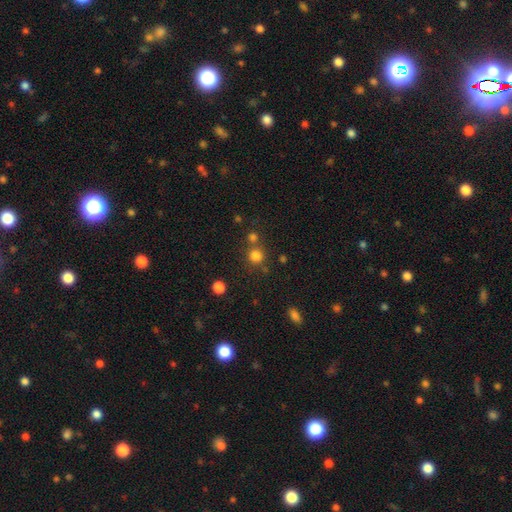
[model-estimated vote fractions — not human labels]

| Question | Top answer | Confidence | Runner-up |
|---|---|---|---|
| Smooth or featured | smooth | 79% | star or artifact (15%) |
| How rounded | round | 91% | in between (8%) |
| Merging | none | 69% | merger (19%) |